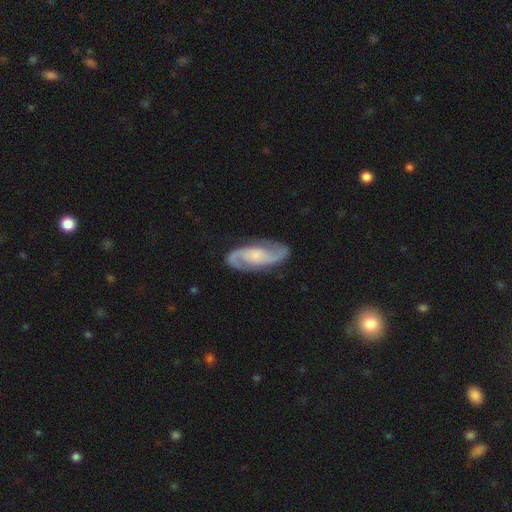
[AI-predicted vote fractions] smooth-or-featured: featured or disk: 89% | smooth: 7% | star or artifact: 4%
  disk-edge-on: no: 96% | yes: 4%
    bar: no: 51% | weak: 37% | strong: 12%
    has-spiral-arms: yes: 98% | no: 2%
      spiral-winding: medium: 54% | tight: 23% | loose: 23%
      spiral-arm-count: 2: 94% | can't tell: 2% | 1: 1% | 3: 1% | 4: 1% | more than 4: 1%
    bulge-size: small: 44% | moderate: 30% | none: 18% | large: 7% | dominant: 2%
  merging: none: 84% | minor disturbance: 11% | major disturbance: 3% | merger: 1%